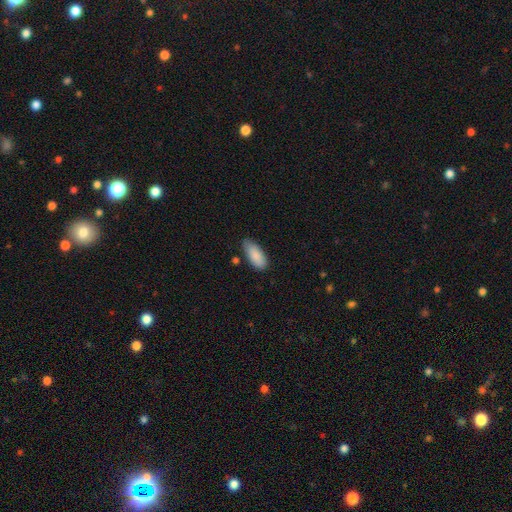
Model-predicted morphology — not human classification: Smooth or featured: smooth — 88% (featured or disk — 6%)
How rounded: in between — 85% (cigar-shaped — 13%)
Merging: none — 70% (minor disturbance — 23%)